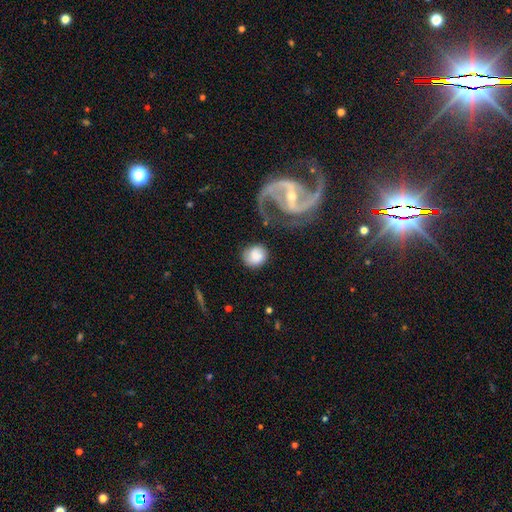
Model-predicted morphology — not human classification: This is likely a smooth galaxy (67%). How rounded: likely round (79%). Merging: likely none (62%).